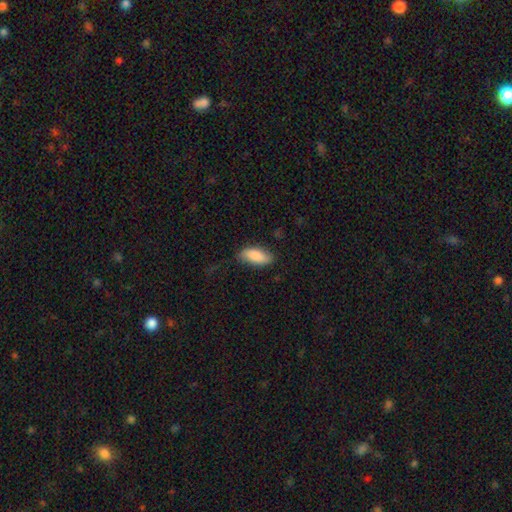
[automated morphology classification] smooth_or_featured: smooth (p=0.85) [alt: featured or disk p=0.09]
how_rounded: in between (p=0.85) [alt: cigar-shaped p=0.13]
merging: none (p=0.75) [alt: minor disturbance p=0.19]